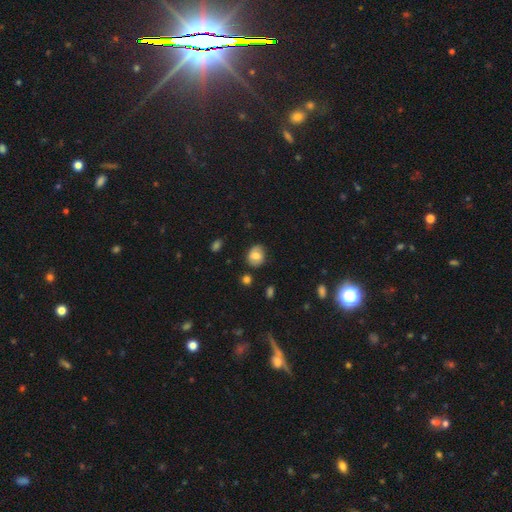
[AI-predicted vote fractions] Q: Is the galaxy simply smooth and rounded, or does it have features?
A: smooth — 70%.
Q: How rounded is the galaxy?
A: round — 53%.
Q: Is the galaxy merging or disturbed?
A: none — 75%.